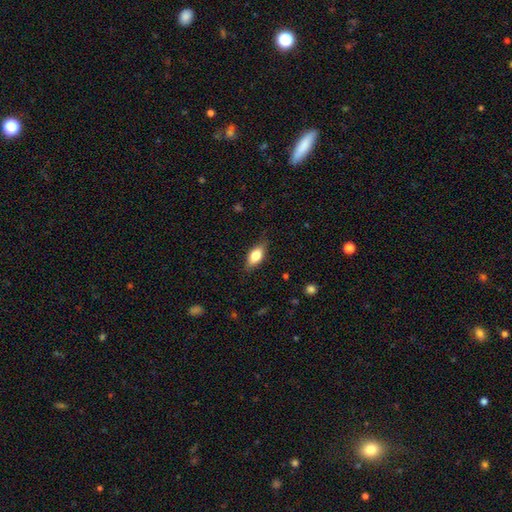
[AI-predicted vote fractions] smooth 73%, featured or disk 20%, star or artifact 7%. Down the decision tree: how rounded — in between (81%); merging — none (79%).